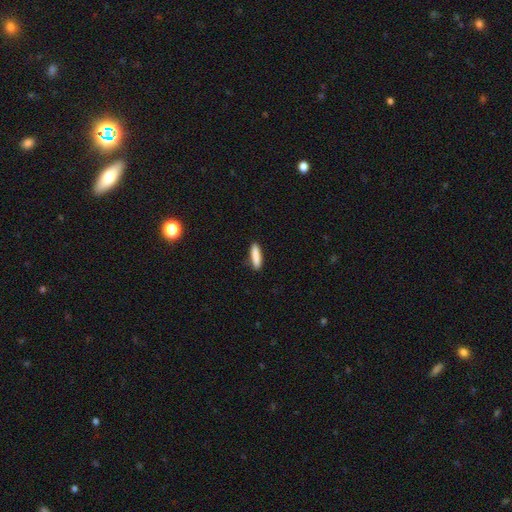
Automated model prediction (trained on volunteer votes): A smooth galaxy with no disk features (87%) that is cigar-shaped (77%).

Vote fractions:
- Smooth or featured? smooth: 87% / featured or disk: 7% / star or artifact: 6%
- How rounded? cigar-shaped: 77% / in between: 22% / round: 1%
- Merging? none: 88% / minor disturbance: 9% / major disturbance: 2% / merger: 1%